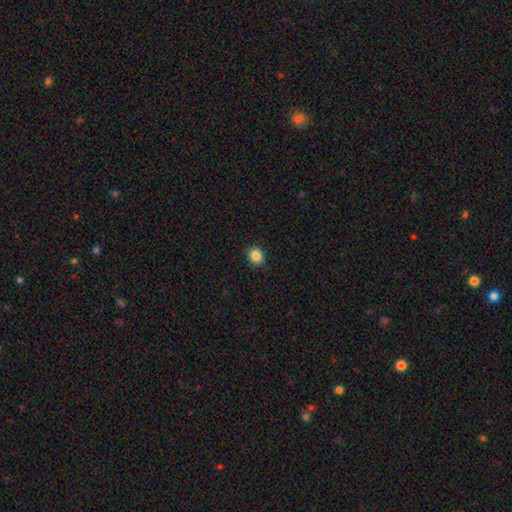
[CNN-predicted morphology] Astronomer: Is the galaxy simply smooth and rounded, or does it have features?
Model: smooth — 85%.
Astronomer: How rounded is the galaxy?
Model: round — 72%.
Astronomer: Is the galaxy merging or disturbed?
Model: none — 90%.